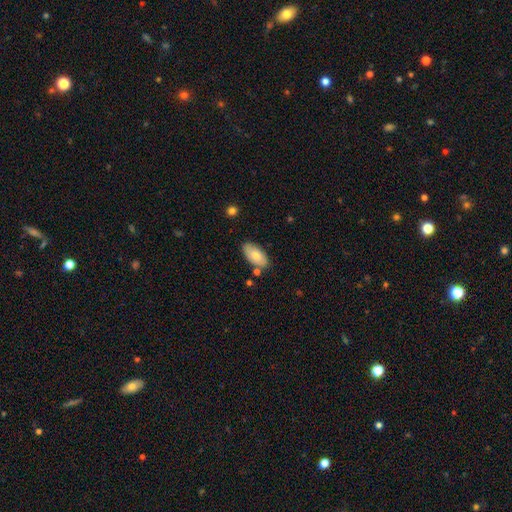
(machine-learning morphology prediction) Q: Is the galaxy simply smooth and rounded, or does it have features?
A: smooth — 73%.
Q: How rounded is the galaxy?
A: in between — 94%.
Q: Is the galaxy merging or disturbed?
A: none — 78%.